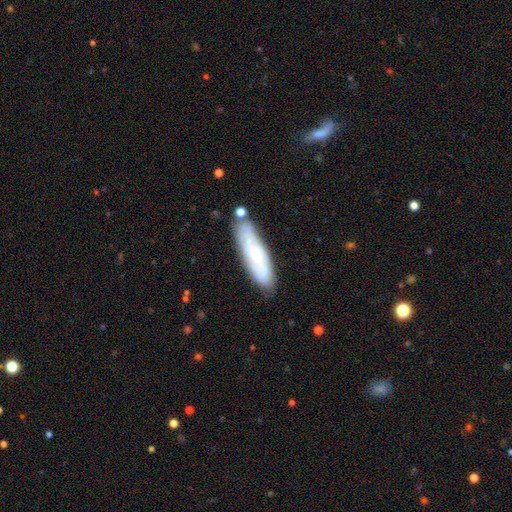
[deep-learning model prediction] A featured or disk galaxy (52%). Merging: none (78%).